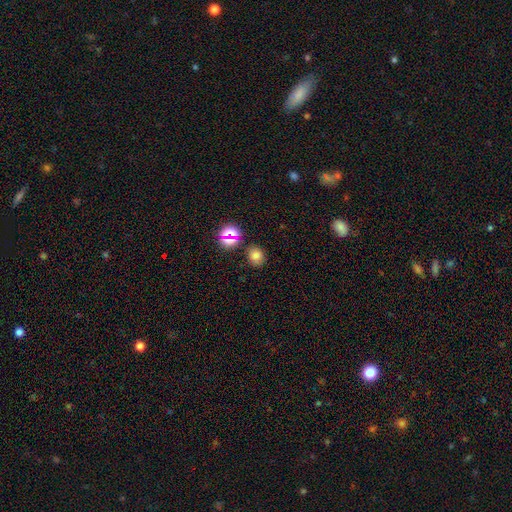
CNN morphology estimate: Smooth or featured? Predicted: smooth (p=0.72). How rounded? Predicted: round (p=0.60). Merging? Predicted: none (p=0.81).